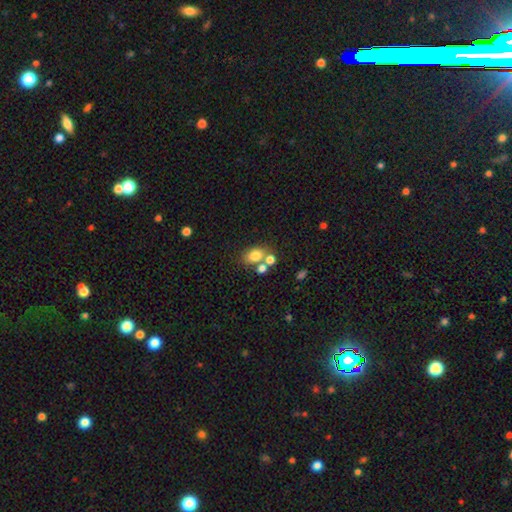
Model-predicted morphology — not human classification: Smooth or featured? smooth (76%)
How rounded? in between (71%)
Merging? none (51%)